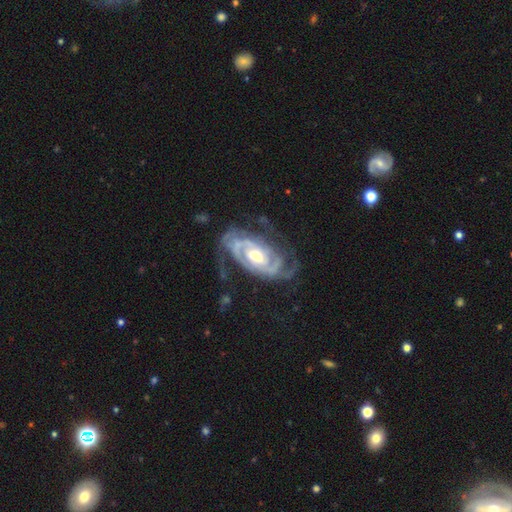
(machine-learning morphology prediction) A featured or disk galaxy (91%) with no bar (49%), 2 (49%) tight (57%) spiral arms (96%) and a moderate central bulge (69%). Merging: none (62%).